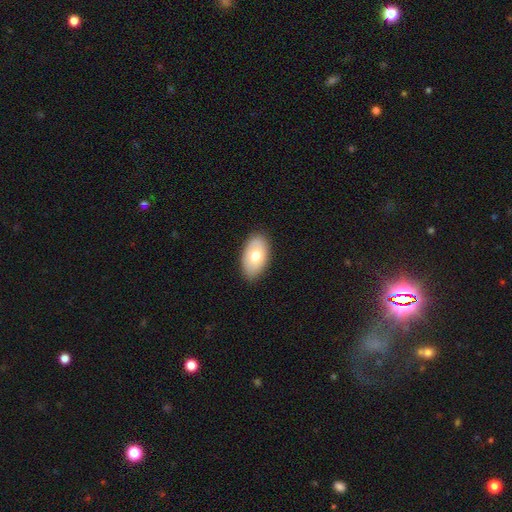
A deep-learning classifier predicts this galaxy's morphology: Smooth or featured? smooth (72%)
How rounded? in between (94%)
Merging? none (85%)